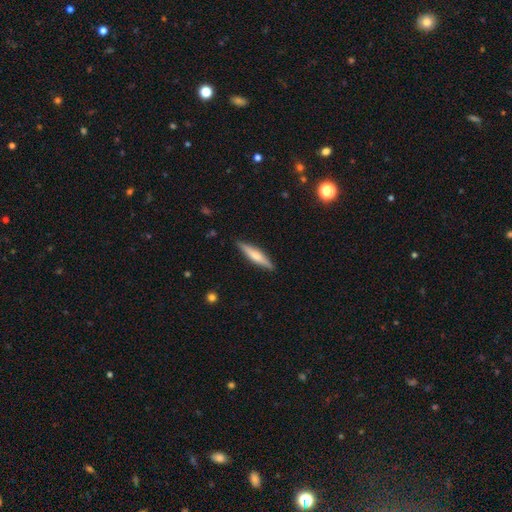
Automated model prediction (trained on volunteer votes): This is possibly a featured or disk galaxy (48%). Merging: clearly none (89%).